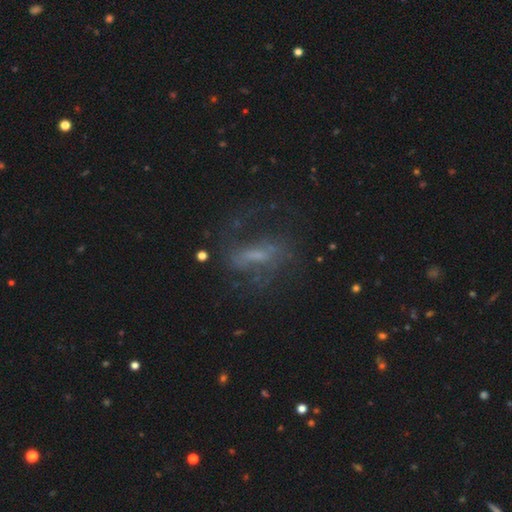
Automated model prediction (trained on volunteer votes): Smooth or featured? Predicted: featured or disk (p=0.62). Edge-on disk? Predicted: no (p=0.86). Bar? Predicted: weak (p=0.38). Spiral arms? Predicted: yes (p=0.63). Bulge size? Predicted: small (p=0.44). Merging? Predicted: none (p=0.55).